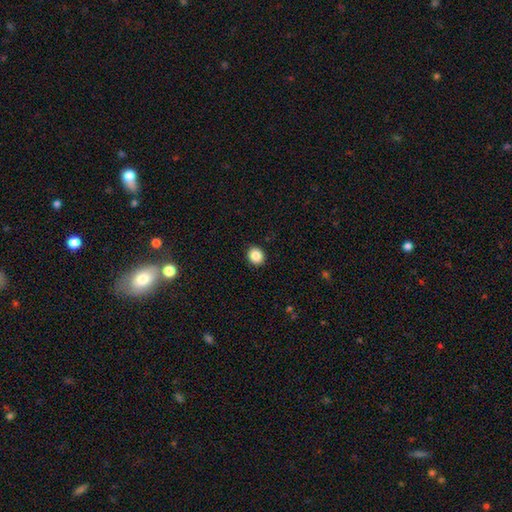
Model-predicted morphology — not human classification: Overall: smooth (87%). How rounded: round (74%). Merging: none (92%).